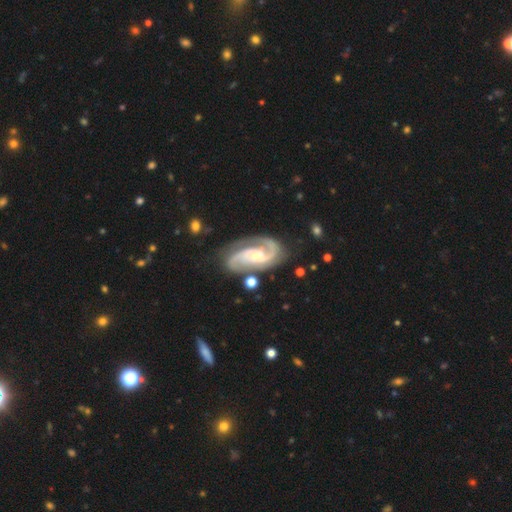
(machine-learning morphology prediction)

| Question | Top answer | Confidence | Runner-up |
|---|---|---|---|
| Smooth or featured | featured or disk | 92% | star or artifact (4%) |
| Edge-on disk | no | 97% | yes (3%) |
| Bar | no | 48% | weak (36%) |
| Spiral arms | yes | 98% | no (2%) |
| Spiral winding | medium | 54% | tight (33%) |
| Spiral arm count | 2 | 89% | 3 (4%) |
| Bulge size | small | 57% | moderate (36%) |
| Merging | none | 72% | minor disturbance (17%) |